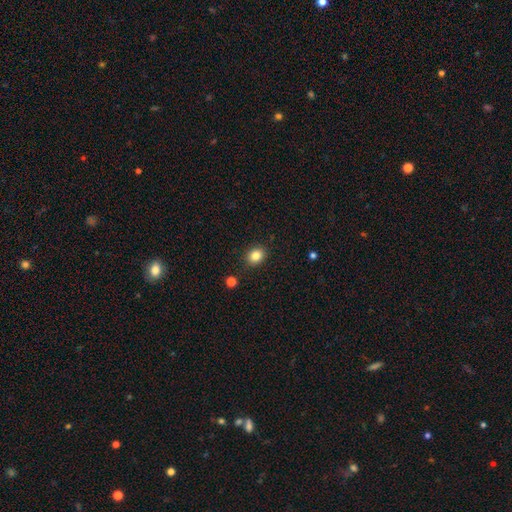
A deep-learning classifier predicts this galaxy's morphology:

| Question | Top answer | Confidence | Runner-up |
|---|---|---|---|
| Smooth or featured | smooth | 84% | star or artifact (11%) |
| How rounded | round | 59% | in between (40%) |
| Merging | none | 88% | minor disturbance (8%) |